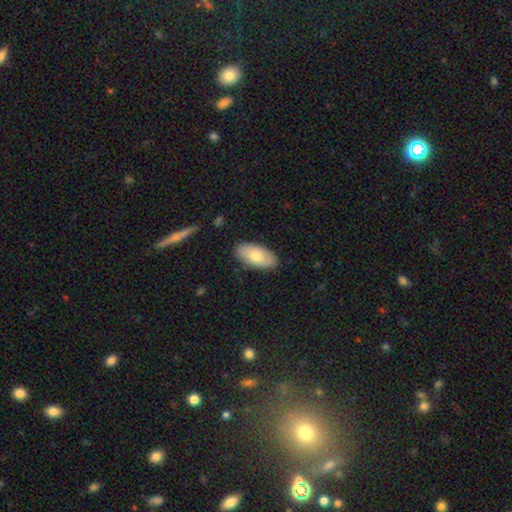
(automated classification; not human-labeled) This appears to be a smooth galaxy with no disk features (75%) that is in between round and cigar-shaped (93%). Merging: none (86%).